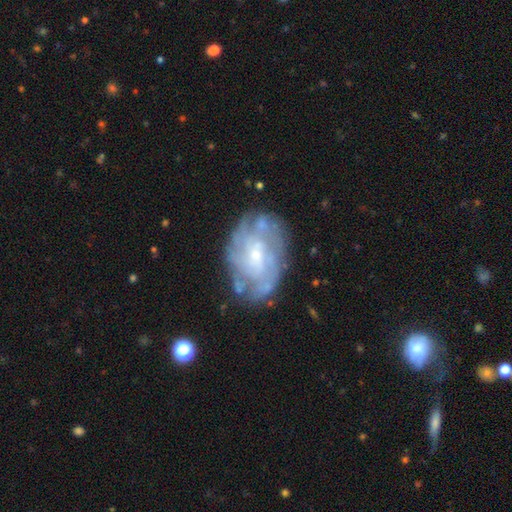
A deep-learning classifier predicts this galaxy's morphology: Overall: featured or disk (78%). Edge-on disk: no (96%). Bar: no (60%; weak 33%). Spiral arms: yes (81%). Spiral arm count: can't tell (53%; 4 14%). Spiral winding: tight (60%; medium 29%). Bulge size: small (69%). Merging: none (69%).